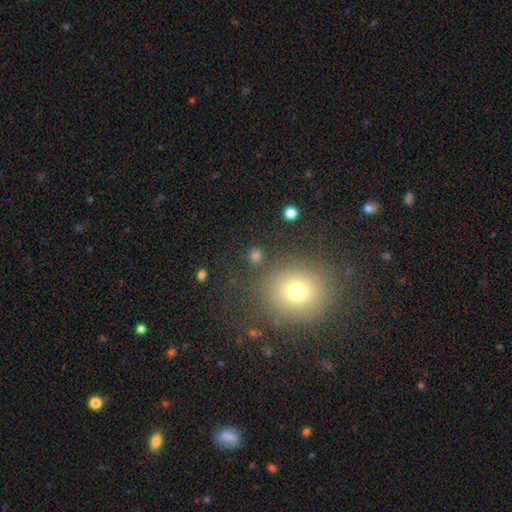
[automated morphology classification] The model was most divided on "smooth or featured": smooth: 75%, star or artifact: 19%, featured or disk: 6%. More confident: how rounded — round (89%); merging — none (84%).